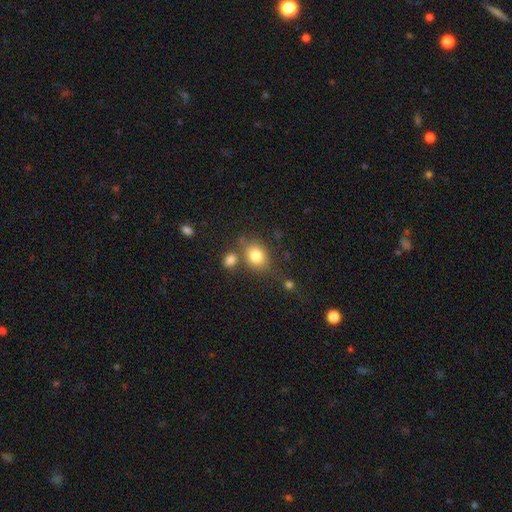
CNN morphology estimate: Q: Smooth or featured?
A: smooth (81%); runner-up: star or artifact (10%)
Q: How rounded?
A: in between (52%); runner-up: round (47%)
Q: Merging?
A: none (63%); runner-up: merger (17%)